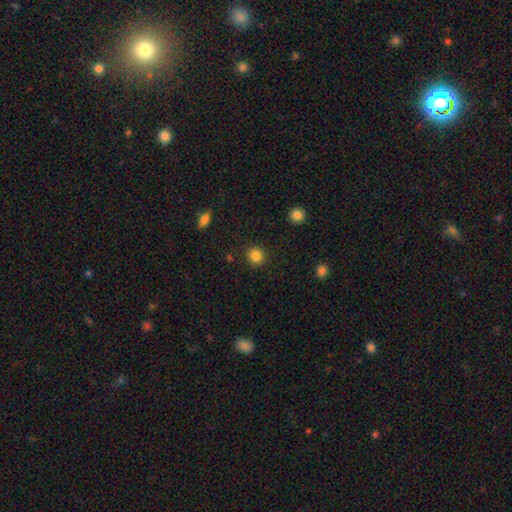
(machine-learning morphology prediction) This is clearly a smooth galaxy (84%). How rounded: clearly round (90%). Merging: clearly none (91%).